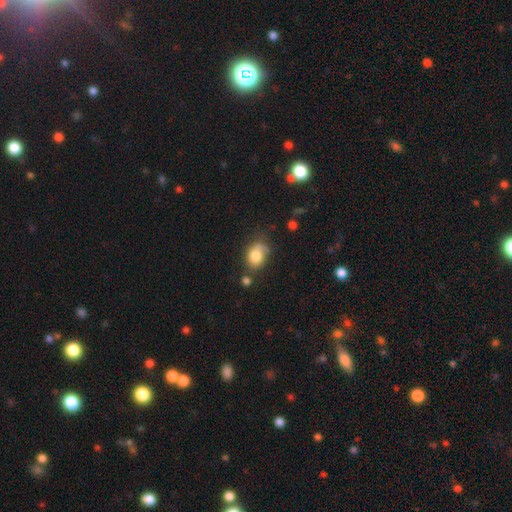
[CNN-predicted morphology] Smooth or featured?
  - smooth: 78% *
  - featured or disk: 13%
  - star or artifact: 9%
How rounded?
  - in between: 62% *
  - round: 36%
  - cigar-shaped: 1%
Merging?
  - none: 46% *
  - minor disturbance: 29%
  - major disturbance: 12%
  - merger: 12%